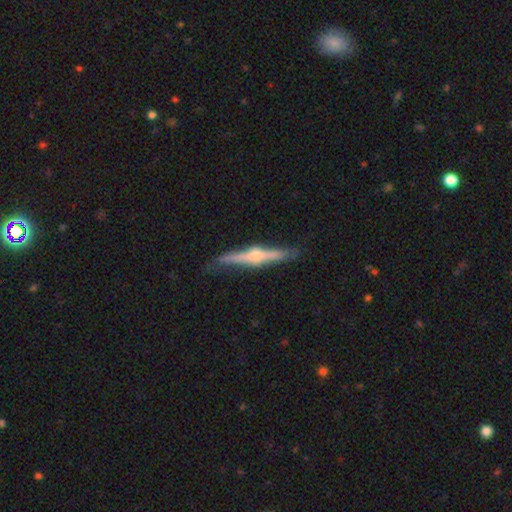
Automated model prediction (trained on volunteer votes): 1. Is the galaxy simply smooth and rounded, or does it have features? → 75% featured or disk, 20% smooth, 5% star or artifact.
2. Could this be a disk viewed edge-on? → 97% yes, 3% no.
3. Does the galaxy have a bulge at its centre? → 89% rounded, 6% boxy, 5% none.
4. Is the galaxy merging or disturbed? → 81% none, 15% minor disturbance, 3% major disturbance, 2% merger.